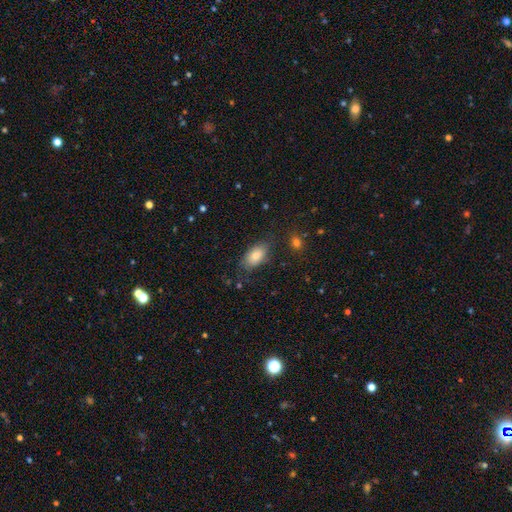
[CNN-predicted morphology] smooth 76%, featured or disk 15%, star or artifact 9%. Down the decision tree: how rounded — in between (91%); merging — none (68%).